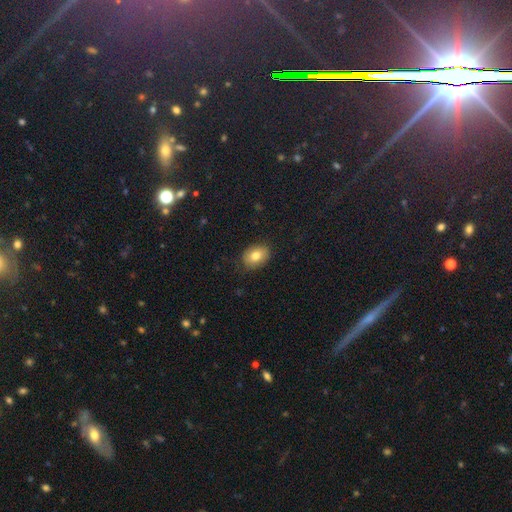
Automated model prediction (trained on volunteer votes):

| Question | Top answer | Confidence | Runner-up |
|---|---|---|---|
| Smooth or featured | smooth | 79% | featured or disk (12%) |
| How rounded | in between | 70% | round (29%) |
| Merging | none | 84% | minor disturbance (12%) |